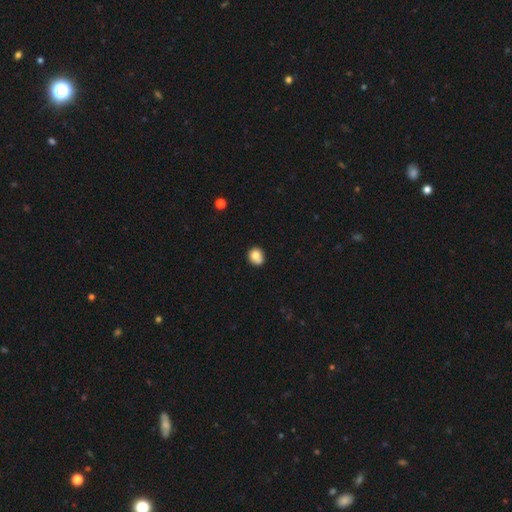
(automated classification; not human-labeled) This is likely a smooth galaxy (79%). How rounded: likely round (71%). Merging: likely none (63%).